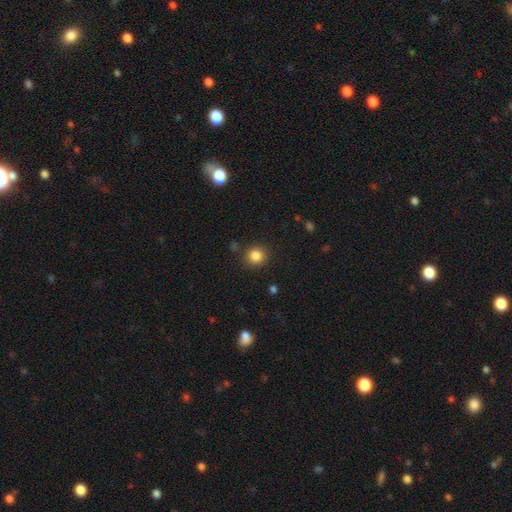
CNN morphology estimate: smooth-or-featured: smooth: 84% | star or artifact: 11% | featured or disk: 4%
  how-rounded: round: 91% | in between: 8% | cigar-shaped: 1%
  merging: none: 87% | minor disturbance: 8% | major disturbance: 3% | merger: 3%